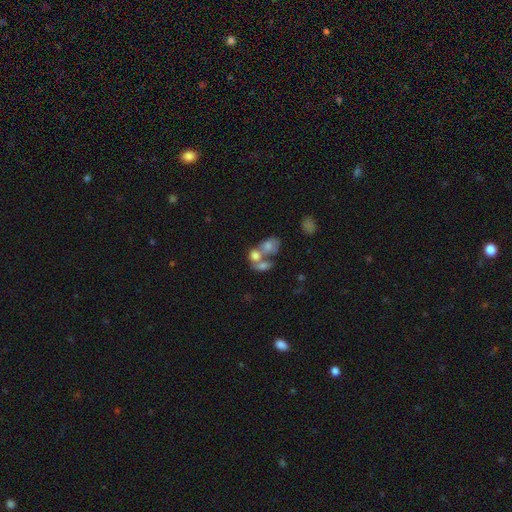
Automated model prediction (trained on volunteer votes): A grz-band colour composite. It shows a smooth galaxy with no disk features (66%) that is in between round and cigar-shaped (63%). Merging: merger (65%).